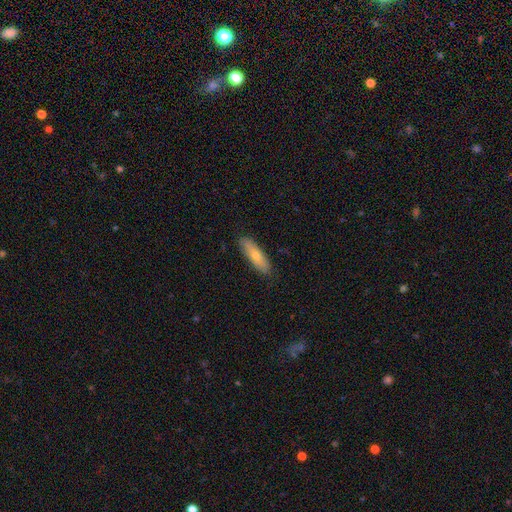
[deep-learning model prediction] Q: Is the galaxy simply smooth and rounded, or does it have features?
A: smooth — 69%.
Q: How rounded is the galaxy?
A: cigar-shaped — 55%.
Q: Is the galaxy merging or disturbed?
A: none — 86%.